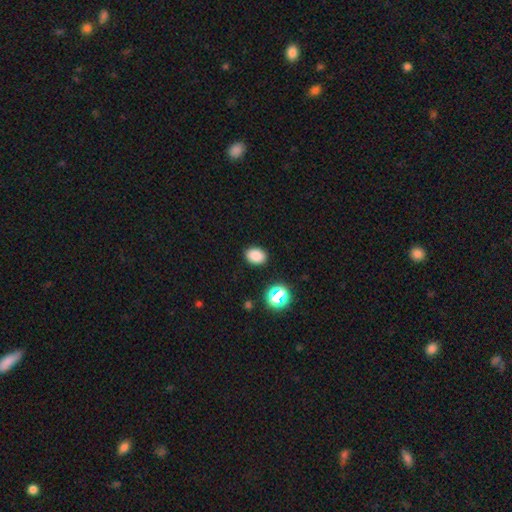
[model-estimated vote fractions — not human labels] Q: Smooth or featured?
A: smooth (83%); runner-up: star or artifact (13%)
Q: How rounded?
A: in between (71%); runner-up: round (28%)
Q: Merging?
A: none (88%); runner-up: minor disturbance (8%)